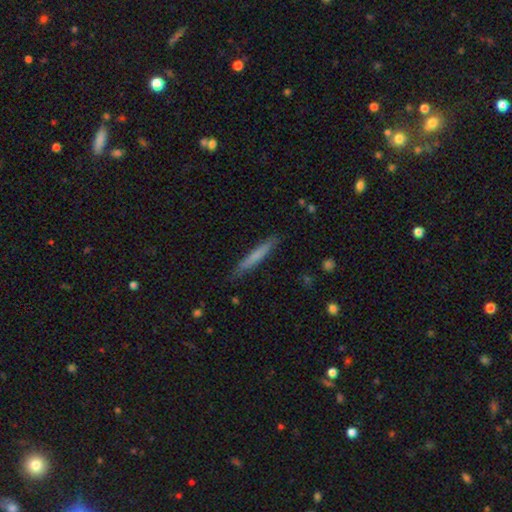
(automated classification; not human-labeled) A smooth galaxy with no disk features (66%) that is cigar-shaped (95%).

Vote fractions:
- Smooth or featured? smooth: 66% / featured or disk: 28% / star or artifact: 6%
- How rounded? cigar-shaped: 95% / in between: 4% / round: 1%
- Merging? none: 86% / minor disturbance: 11% / major disturbance: 2% / merger: 1%